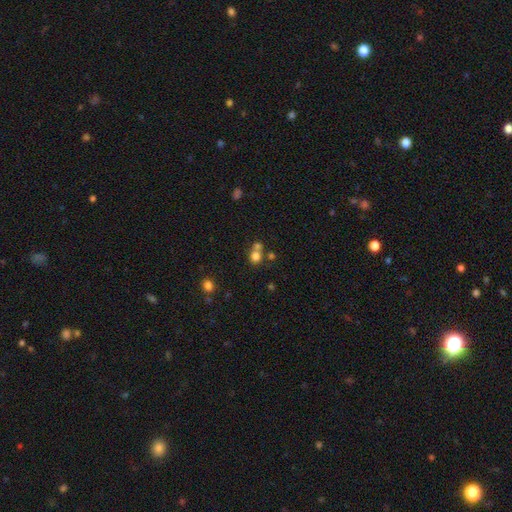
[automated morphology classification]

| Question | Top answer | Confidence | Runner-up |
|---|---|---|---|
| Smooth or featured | smooth | 76% | star or artifact (15%) |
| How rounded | round | 78% | in between (21%) |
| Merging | none | 46% | merger (43%) |